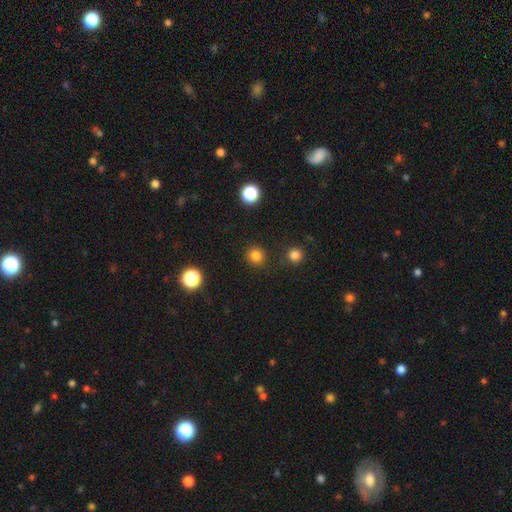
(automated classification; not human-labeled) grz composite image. It shows a smooth galaxy with no disk features (81%) that is round (92%). Merging: none (89%).